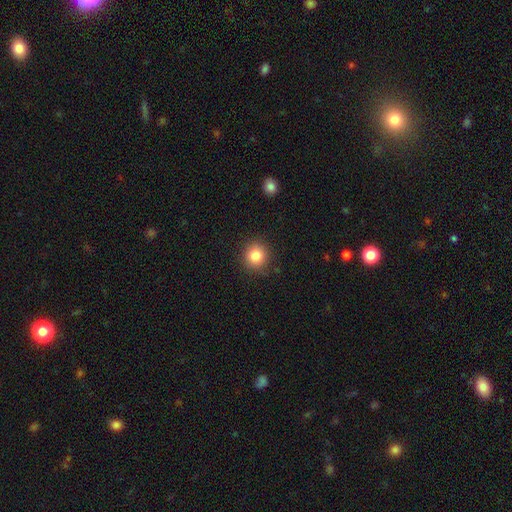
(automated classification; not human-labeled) Smooth or featured?
  - smooth: 85% *
  - star or artifact: 10%
  - featured or disk: 5%
How rounded?
  - round: 91% *
  - in between: 8%
  - cigar-shaped: 1%
Merging?
  - none: 88% *
  - minor disturbance: 8%
  - major disturbance: 3%
  - merger: 1%